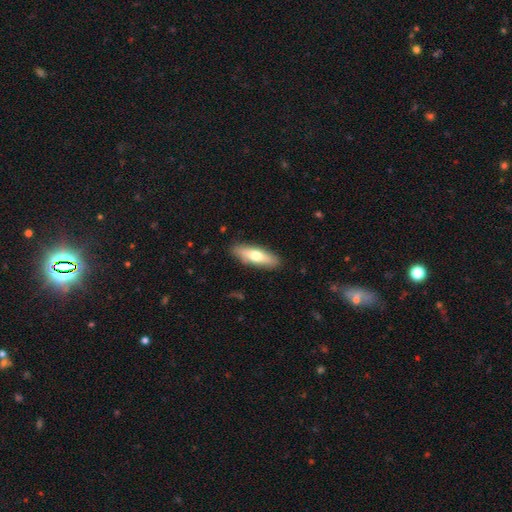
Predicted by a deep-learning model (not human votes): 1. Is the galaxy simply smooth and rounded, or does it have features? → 62% smooth, 32% featured or disk, 6% star or artifact.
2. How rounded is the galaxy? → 52% cigar-shaped, 46% in between, 2% round.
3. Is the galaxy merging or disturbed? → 87% none, 10% minor disturbance, 2% major disturbance, 1% merger.